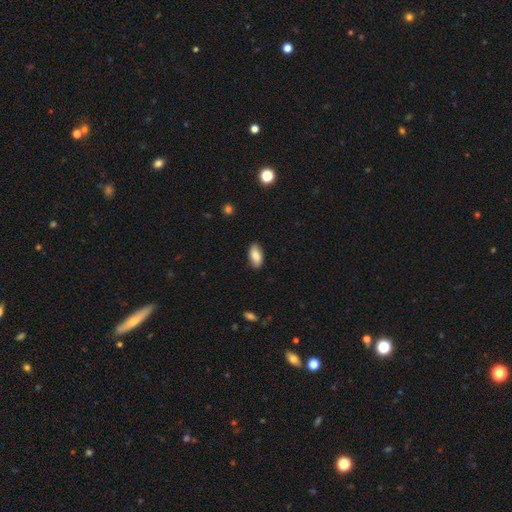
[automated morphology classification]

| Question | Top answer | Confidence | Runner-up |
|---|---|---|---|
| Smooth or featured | smooth | 84% | featured or disk (10%) |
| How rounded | in between | 91% | cigar-shaped (6%) |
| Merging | none | 85% | minor disturbance (12%) |